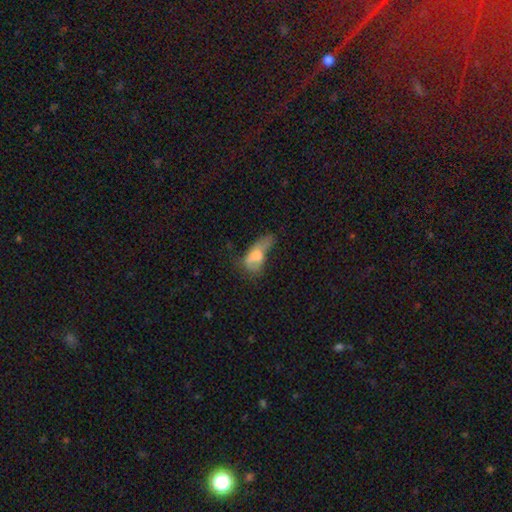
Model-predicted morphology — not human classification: type=smooth (62%); roundness=in between (79%); merging=major disturbance (48%).